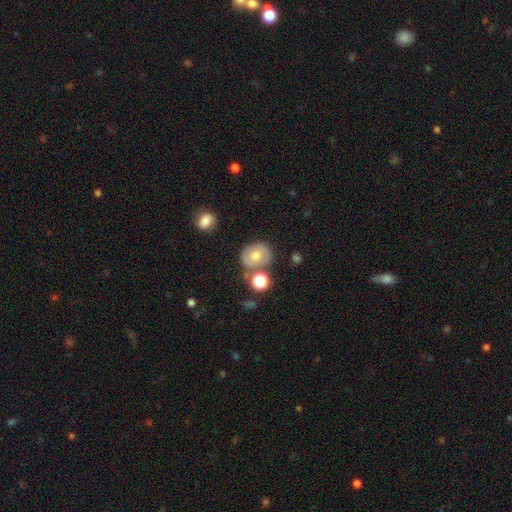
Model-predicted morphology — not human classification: Q: Smooth or featured?
A: smooth (52%); runner-up: featured or disk (38%)
Q: How rounded?
A: round (69%); runner-up: in between (30%)
Q: Merging?
A: none (69%); runner-up: minor disturbance (15%)